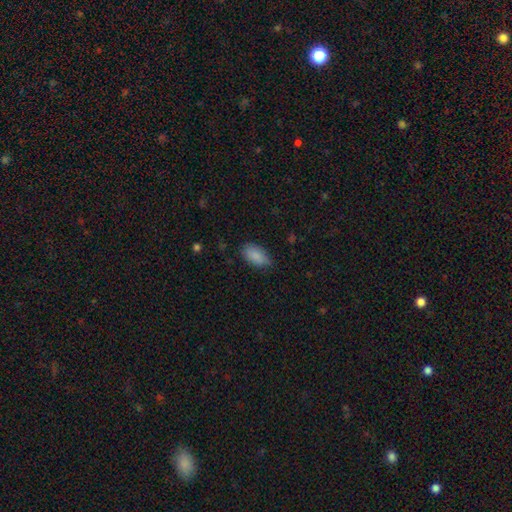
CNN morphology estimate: A smooth galaxy with no disk features (88%) that is in between round and cigar-shaped (93%).

Vote fractions:
- Smooth or featured? smooth: 88% / star or artifact: 7% / featured or disk: 5%
- How rounded? in between: 93% / round: 3% / cigar-shaped: 3%
- Merging? none: 74% / minor disturbance: 21% / major disturbance: 4% / merger: 1%